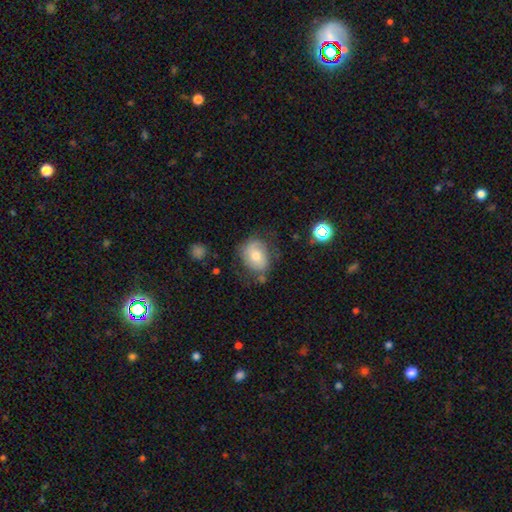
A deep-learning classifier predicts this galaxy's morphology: This is likely a smooth galaxy (63%). How rounded: possibly in between (56%). Merging: likely none (62%).